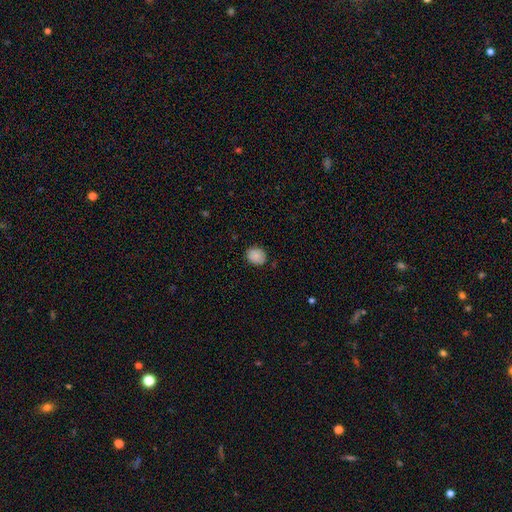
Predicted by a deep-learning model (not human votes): This is clearly a smooth galaxy (87%). How rounded: possibly round (57%). Merging: clearly none (82%).